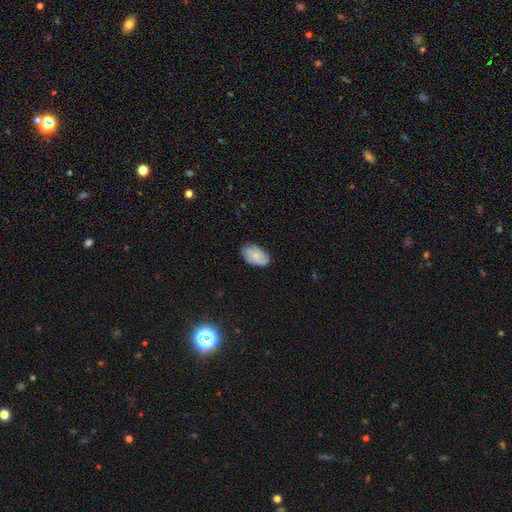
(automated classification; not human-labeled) Smooth or featured?
  - smooth: 76% *
  - featured or disk: 17%
  - star or artifact: 7%
How rounded?
  - in between: 92% *
  - round: 6%
  - cigar-shaped: 2%
Merging?
  - none: 81% *
  - minor disturbance: 15%
  - major disturbance: 3%
  - merger: 1%